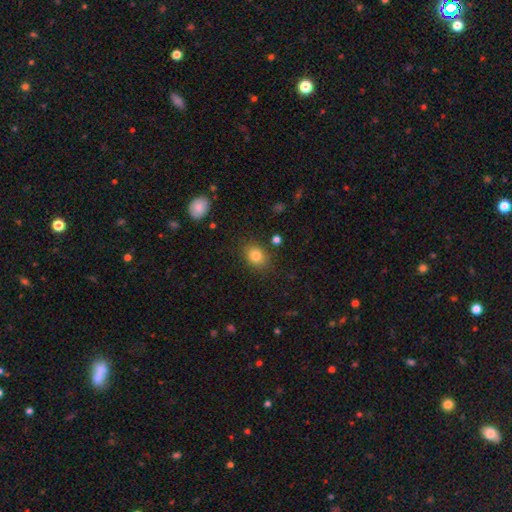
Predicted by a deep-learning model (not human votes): A smooth galaxy with no disk features (82%) that is in between round and cigar-shaped (60%).

Vote fractions:
- Smooth or featured? smooth: 82% / star or artifact: 11% / featured or disk: 7%
- How rounded? in between: 60% / round: 39% / cigar-shaped: 1%
- Merging? none: 83% / minor disturbance: 12% / major disturbance: 3% / merger: 3%